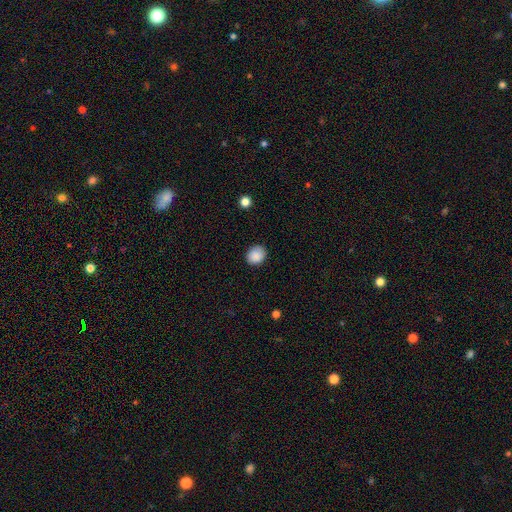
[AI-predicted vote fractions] Morphology: type=smooth (88%); roundness=round (64%); merging=none (84%).